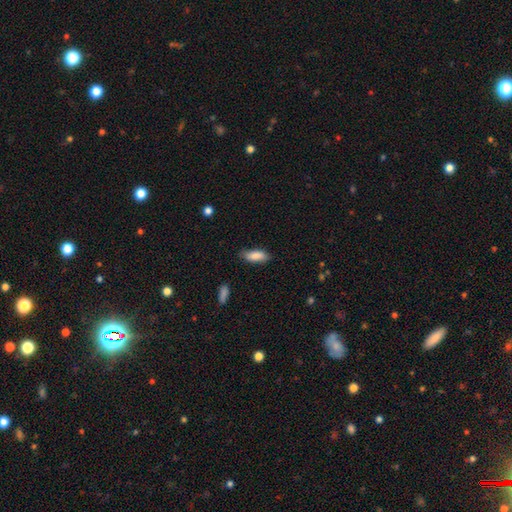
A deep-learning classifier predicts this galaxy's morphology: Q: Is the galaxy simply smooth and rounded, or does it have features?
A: smooth — 85%.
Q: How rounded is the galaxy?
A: in between — 72%.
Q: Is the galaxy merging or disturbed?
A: none — 78%.